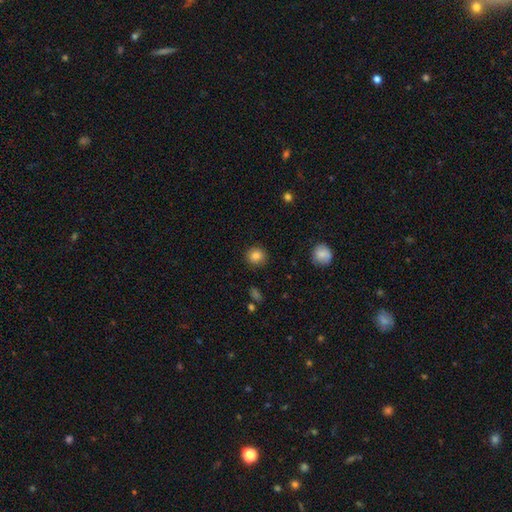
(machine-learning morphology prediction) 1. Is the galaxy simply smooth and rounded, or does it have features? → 85% smooth, 10% star or artifact, 5% featured or disk.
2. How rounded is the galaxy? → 88% round, 11% in between, 1% cigar-shaped.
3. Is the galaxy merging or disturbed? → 88% none, 8% minor disturbance, 2% major disturbance, 1% merger.